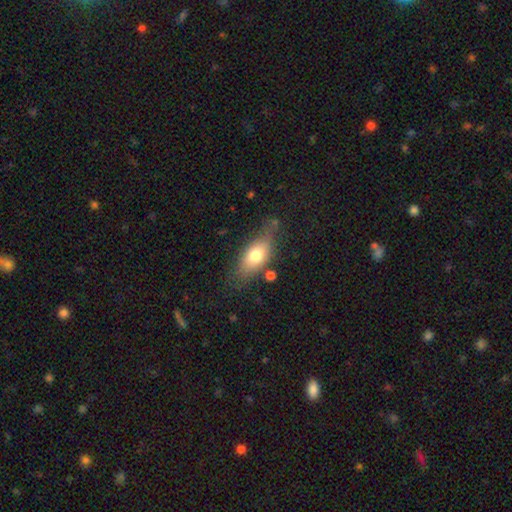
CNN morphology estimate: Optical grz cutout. It shows a smooth galaxy with no disk features (70%) that is in between round and cigar-shaped (79%). Merging: none (65%).